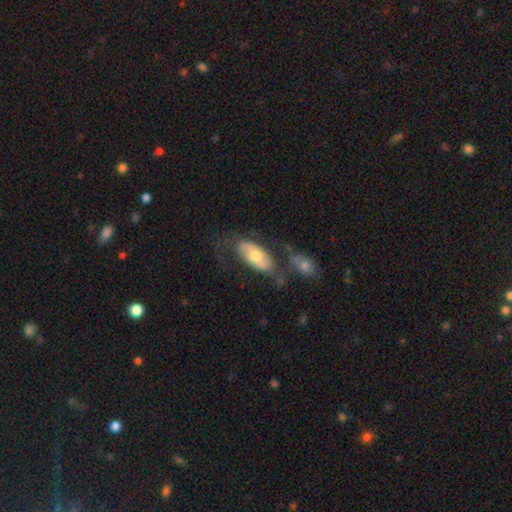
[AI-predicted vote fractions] A smooth galaxy with no disk features (49%). Merging: none (45%).